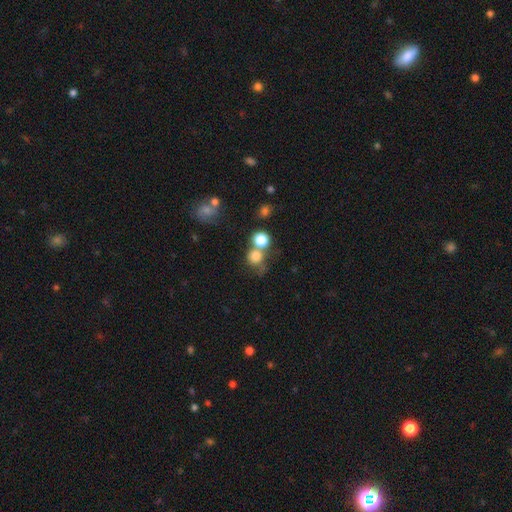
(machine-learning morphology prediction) This appears to be a smooth galaxy with no disk features (76%) that is round (86%). Merging: none (49%).